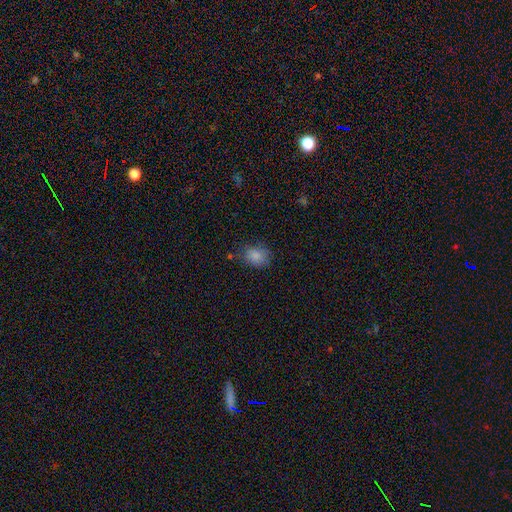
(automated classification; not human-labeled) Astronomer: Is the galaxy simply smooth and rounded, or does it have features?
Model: smooth — 84%.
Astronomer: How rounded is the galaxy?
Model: in between — 54% (runner-up: round, 45%).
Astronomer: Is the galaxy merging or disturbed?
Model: none — 69%.